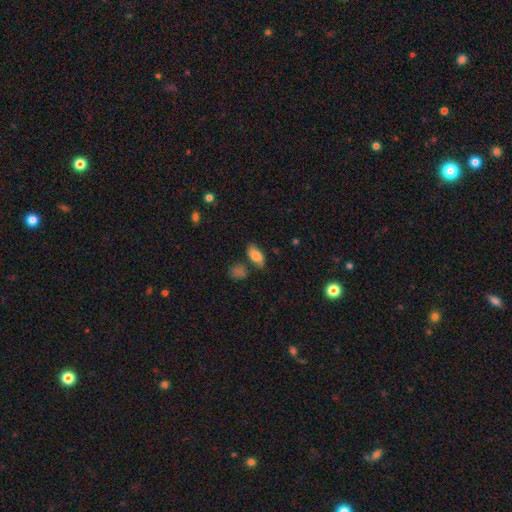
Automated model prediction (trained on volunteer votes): Overall: smooth (79%). How rounded: in between (89%). Merging: none (68%).